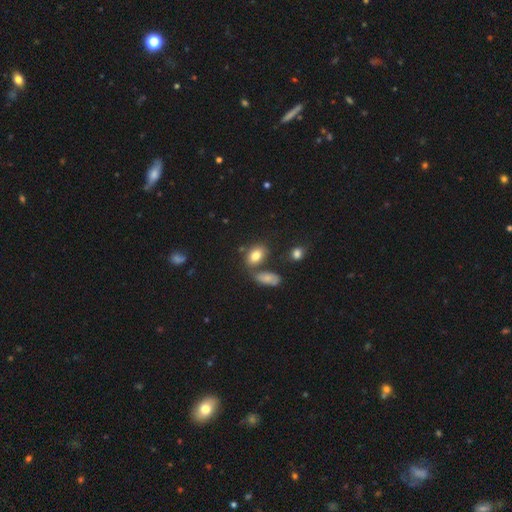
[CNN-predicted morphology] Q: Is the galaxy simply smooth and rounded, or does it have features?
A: smooth — 80%.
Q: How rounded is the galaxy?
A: in between — 83%.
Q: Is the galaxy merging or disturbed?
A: none — 59%.